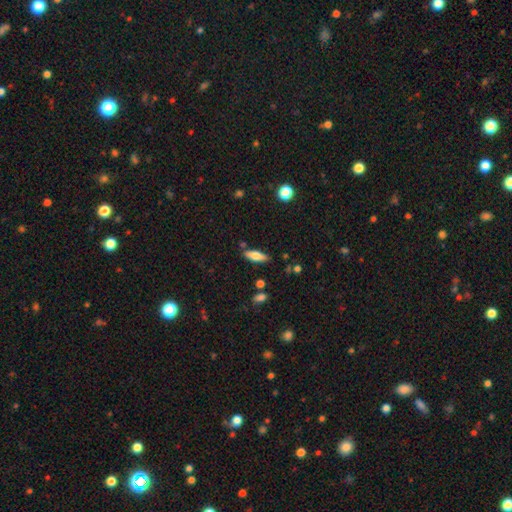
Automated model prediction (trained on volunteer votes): smooth 69%, featured or disk 24%, star or artifact 7%. Down the decision tree: how rounded — in between (61%); merging — none (81%).